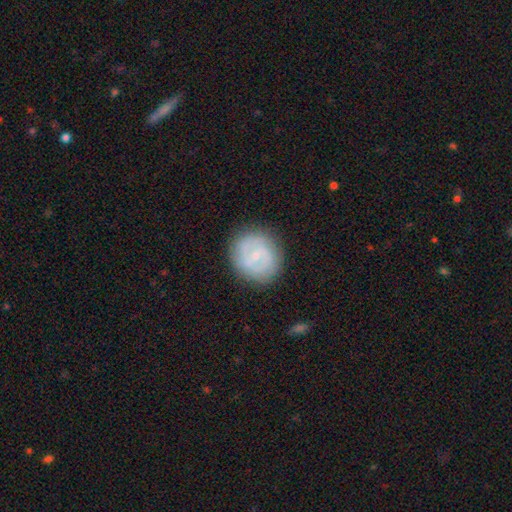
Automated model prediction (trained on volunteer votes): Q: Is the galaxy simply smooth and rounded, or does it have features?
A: featured or disk — 64%.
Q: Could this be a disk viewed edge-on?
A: no — 97%.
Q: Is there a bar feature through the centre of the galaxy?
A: weak — 46%.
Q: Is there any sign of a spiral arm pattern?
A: yes — 79%.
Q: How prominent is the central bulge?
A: small — 77%.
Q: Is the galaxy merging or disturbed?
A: none — 86%.